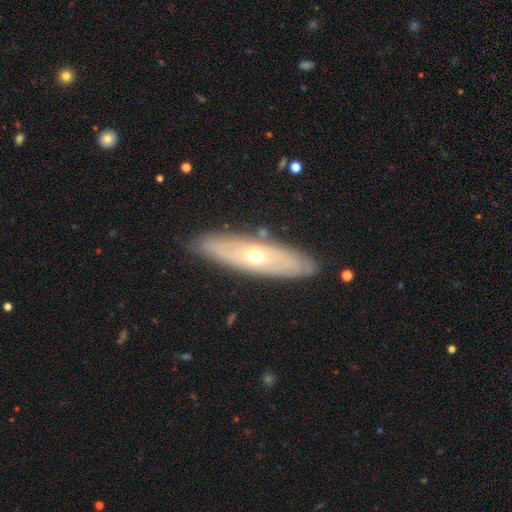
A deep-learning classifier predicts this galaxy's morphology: Smooth or featured: featured or disk — 64% (smooth — 30%)
Edge-on disk: no — 57% (yes — 43%)
Merging: none — 85% (minor disturbance — 11%)